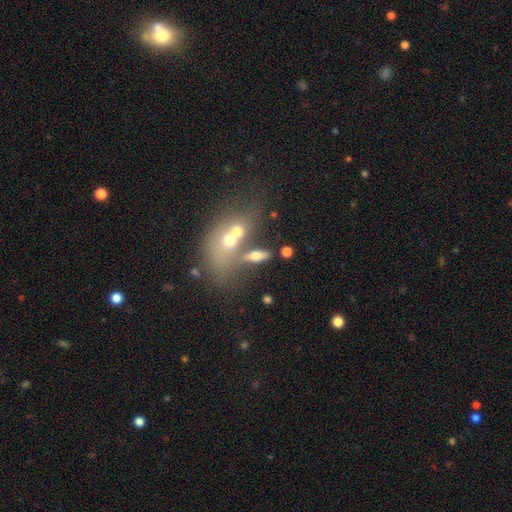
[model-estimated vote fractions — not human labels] This appears to be a smooth galaxy with no disk features (53%) that is in between round and cigar-shaped (59%). Merging: merger (42%).